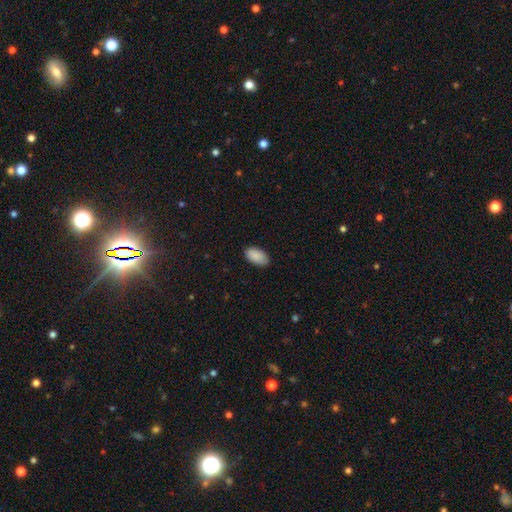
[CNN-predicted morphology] A smooth galaxy with no disk features (90%) that is in between round and cigar-shaped (95%).

Vote fractions:
- Smooth or featured? smooth: 90% / star or artifact: 7% / featured or disk: 3%
- How rounded? in between: 95% / round: 3% / cigar-shaped: 2%
- Merging? none: 85% / minor disturbance: 12% / major disturbance: 2% / merger: 1%